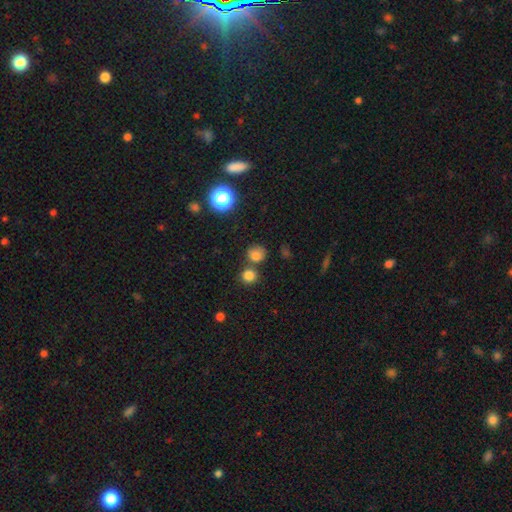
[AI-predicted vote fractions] Smooth or featured: smooth — 76% (star or artifact — 17%)
How rounded: round — 84% (in between — 15%)
Merging: none — 66% (merger — 20%)